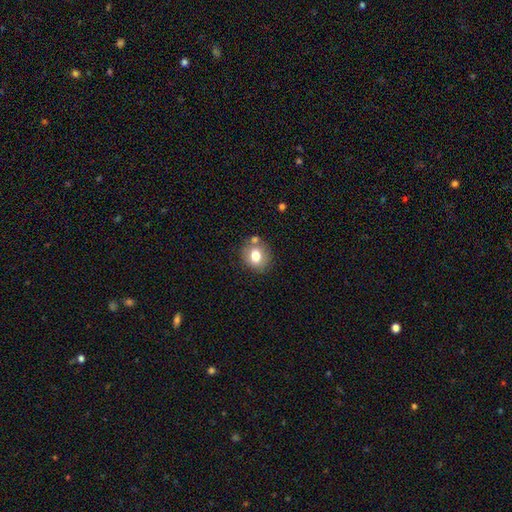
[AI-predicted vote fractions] A smooth galaxy with no disk features (76%) that is round (66%).

Vote fractions:
- Smooth or featured? smooth: 76% / featured or disk: 14% / star or artifact: 10%
- How rounded? round: 66% / in between: 33% / cigar-shaped: 1%
- Merging? none: 69% / minor disturbance: 15% / merger: 12% / major disturbance: 4%